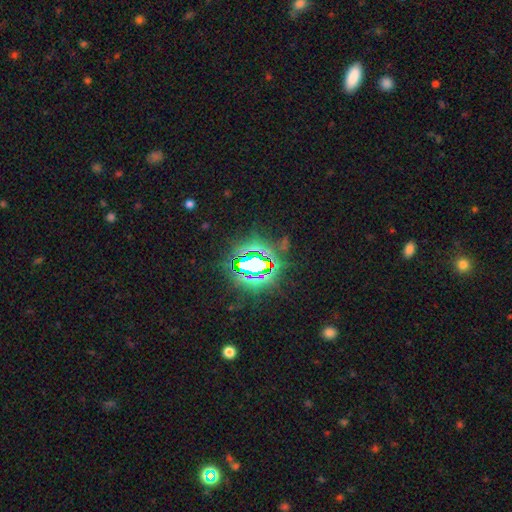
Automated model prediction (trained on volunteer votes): A star or artifact, not a galaxy (83%).

Vote fractions:
- Smooth or featured? star or artifact: 83% / smooth: 10% / featured or disk: 6%